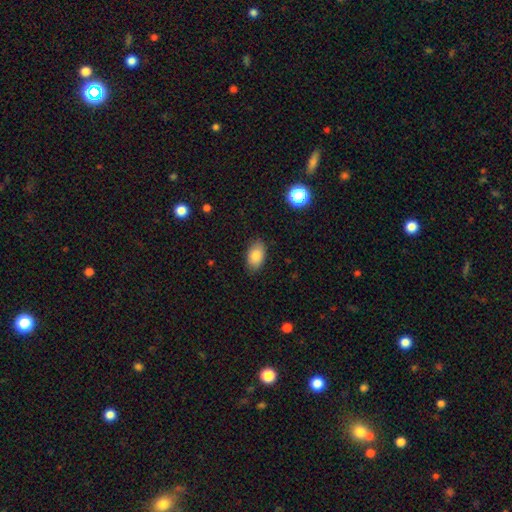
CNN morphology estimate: smooth 84%, featured or disk 8%, star or artifact 8%. Down the decision tree: how rounded — in between (92%); merging — none (84%).